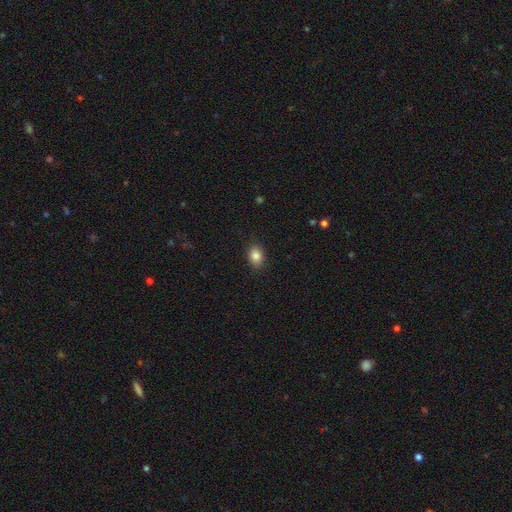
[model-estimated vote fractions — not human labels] Overall: smooth (86%). How rounded: in between (68%; round 31%). Merging: none (88%).